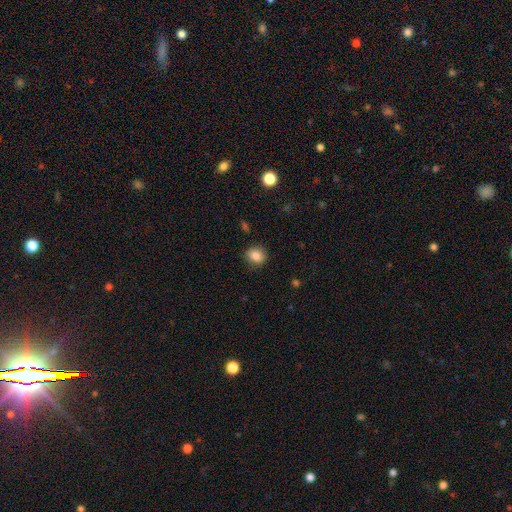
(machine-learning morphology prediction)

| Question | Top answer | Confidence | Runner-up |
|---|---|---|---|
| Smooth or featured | smooth | 86% | star or artifact (9%) |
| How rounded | round | 68% | in between (31%) |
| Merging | none | 84% | minor disturbance (12%) |